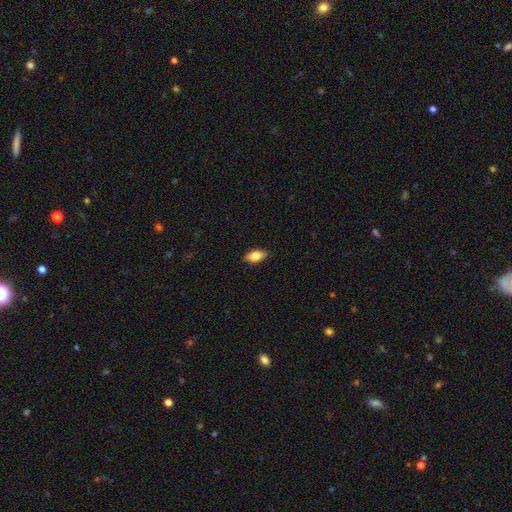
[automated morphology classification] The model was most divided on "smooth or featured": smooth: 80%, featured or disk: 13%, star or artifact: 7%. More confident: how rounded — in between (91%); merging — none (88%).